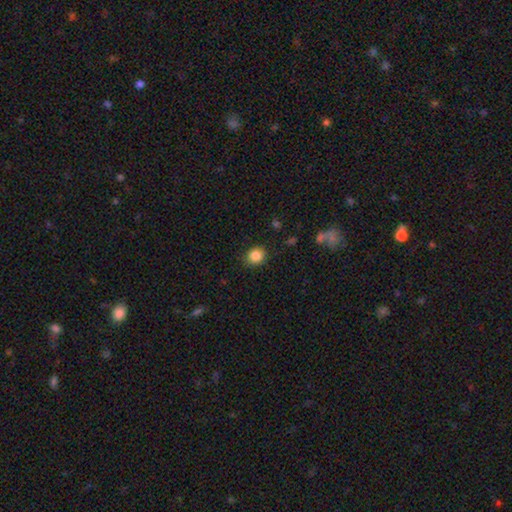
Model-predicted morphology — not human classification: This appears to be a smooth galaxy with no disk features (86%) that is round (75%). Merging: none (87%).